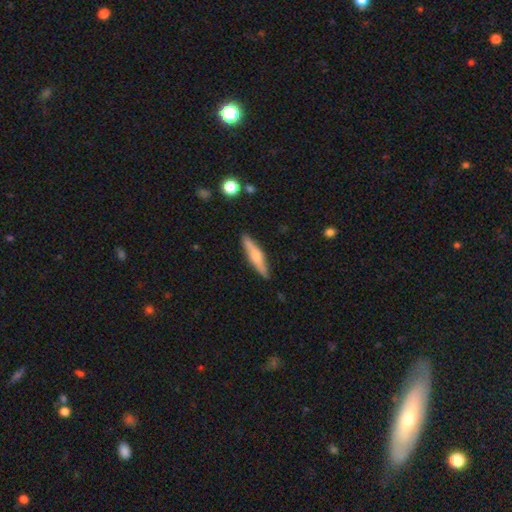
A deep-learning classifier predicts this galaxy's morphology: type=smooth (49%); merging=none (86%).